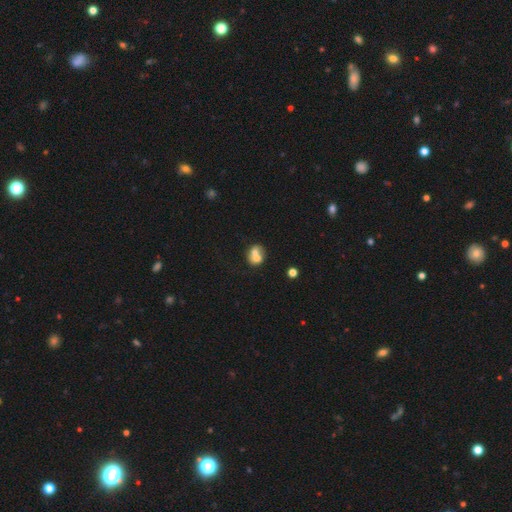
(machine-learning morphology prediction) smooth 63%, featured or disk 27%, star or artifact 10%. Down the decision tree: how rounded — round (65%); merging — merger (65%).